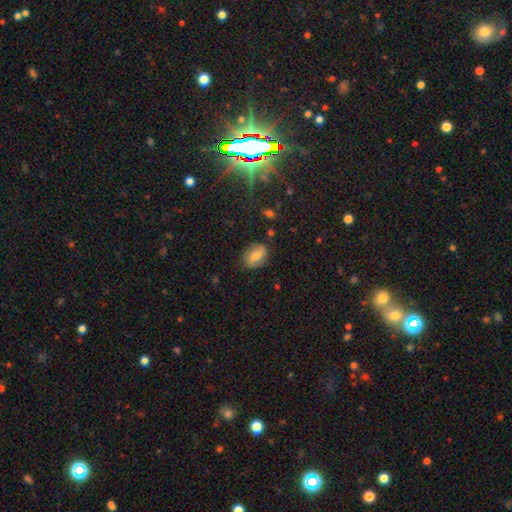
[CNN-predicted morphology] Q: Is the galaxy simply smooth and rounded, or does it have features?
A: smooth — 59%.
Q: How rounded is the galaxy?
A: in between — 74%.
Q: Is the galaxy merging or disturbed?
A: none — 82%.